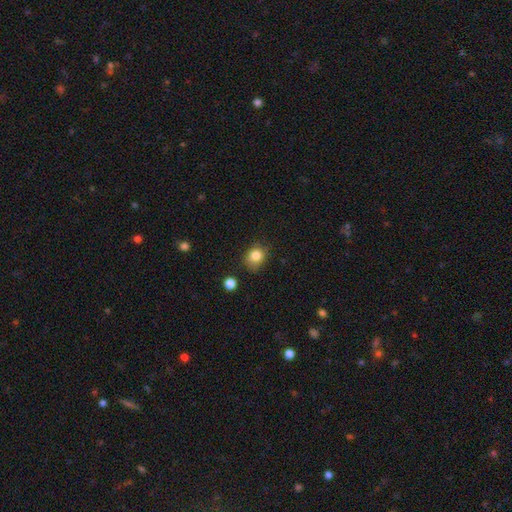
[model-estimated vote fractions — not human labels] Smooth or featured: smooth — 83% (star or artifact — 10%)
How rounded: round — 64% (in between — 35%)
Merging: none — 72% (minor disturbance — 21%)